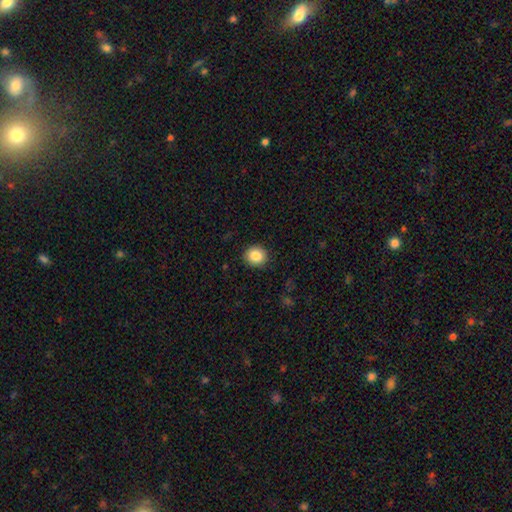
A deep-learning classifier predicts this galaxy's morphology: smooth-or-featured: smooth: 85% | star or artifact: 9% | featured or disk: 6%
  how-rounded: round: 87% | in between: 12% | cigar-shaped: 1%
  merging: none: 91% | minor disturbance: 6% | major disturbance: 2% | merger: 1%